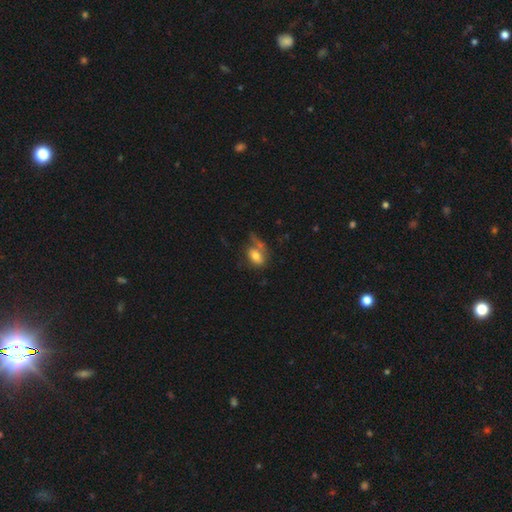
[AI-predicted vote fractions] Smooth or featured?
  - smooth: 71% *
  - featured or disk: 20%
  - star or artifact: 9%
How rounded?
  - in between: 80% *
  - round: 17%
  - cigar-shaped: 3%
Merging?
  - none: 38% *
  - major disturbance: 21%
  - minor disturbance: 21%
  - merger: 20%